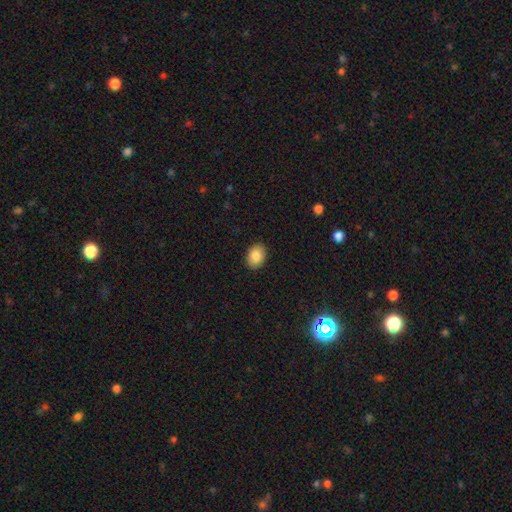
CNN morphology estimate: Smooth or featured: smooth — 87% (star or artifact — 8%)
How rounded: in between — 71% (round — 28%)
Merging: none — 90% (minor disturbance — 7%)